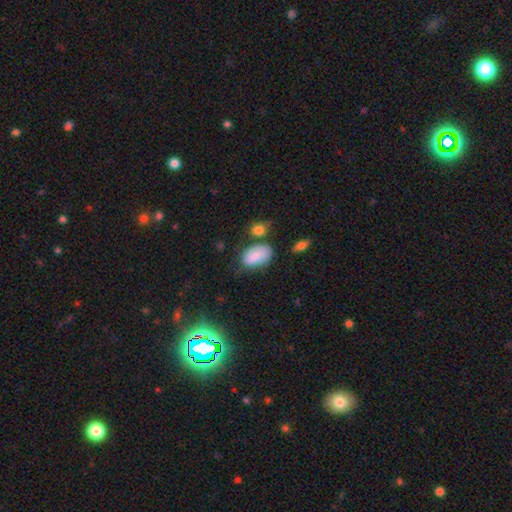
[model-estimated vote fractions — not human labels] smooth-or-featured: smooth: 80% | featured or disk: 12% | star or artifact: 7%
  how-rounded: in between: 92% | round: 6% | cigar-shaped: 2%
  merging: none: 57% | minor disturbance: 25% | merger: 11% | major disturbance: 8%